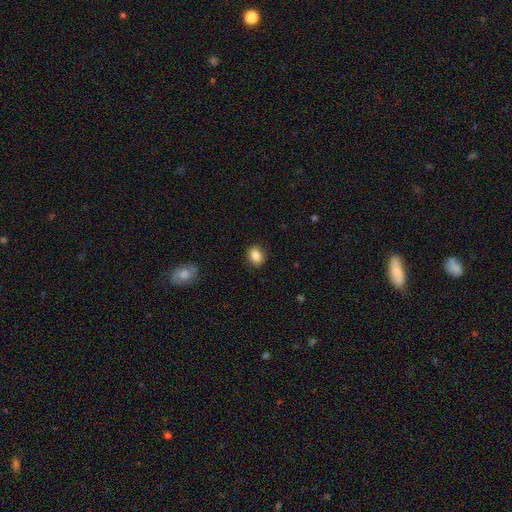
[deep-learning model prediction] Q: Smooth or featured?
A: smooth (87%); runner-up: star or artifact (9%)
Q: How rounded?
A: in between (58%); runner-up: round (41%)
Q: Merging?
A: none (88%); runner-up: minor disturbance (9%)